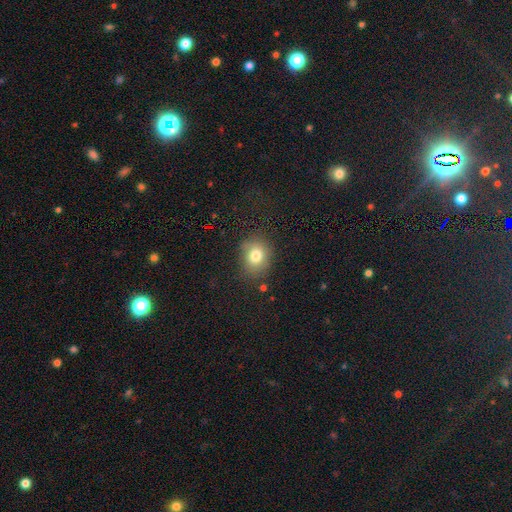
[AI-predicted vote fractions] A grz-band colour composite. It shows a smooth galaxy with no disk features (78%) that is round (57%). Merging: none (73%).